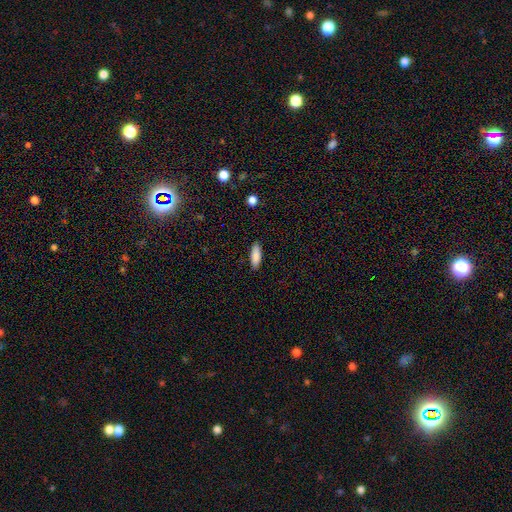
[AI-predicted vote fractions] A smooth galaxy with no disk features (88%) that is in between round and cigar-shaped (56%). Merging: none (89%).